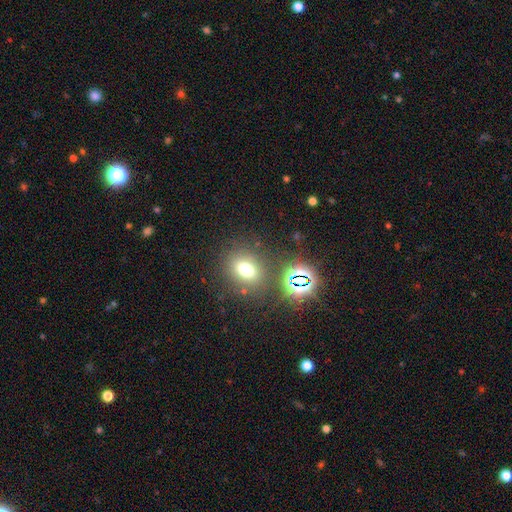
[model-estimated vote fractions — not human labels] smooth 49%, star or artifact 42%, featured or disk 10%. Down the decision tree: merging — none (75%).